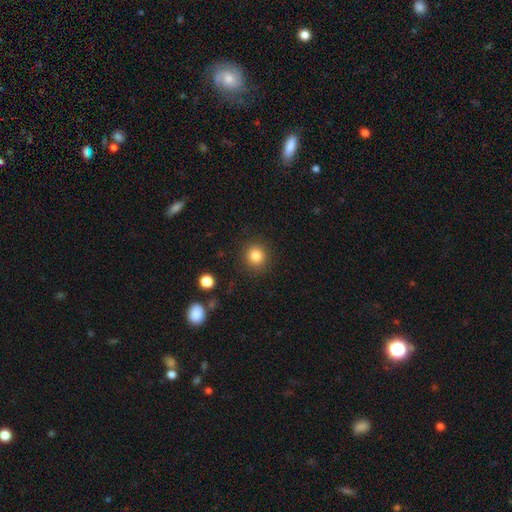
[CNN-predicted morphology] The model was most divided on "smooth or featured": smooth: 84%, star or artifact: 11%, featured or disk: 5%. More confident: how rounded — round (90%); merging — none (89%).